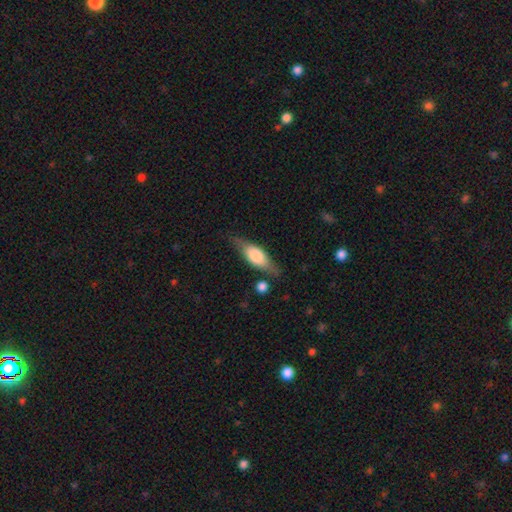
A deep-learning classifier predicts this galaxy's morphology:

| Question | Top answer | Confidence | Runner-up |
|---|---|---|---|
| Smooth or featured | smooth | 56% | featured or disk (39%) |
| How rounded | in between | 60% | cigar-shaped (37%) |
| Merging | none | 72% | minor disturbance (18%) |